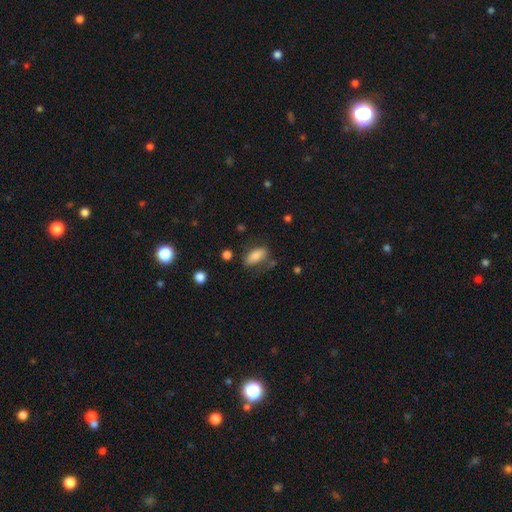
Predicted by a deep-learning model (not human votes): Smooth or featured?
  - smooth: 77% *
  - featured or disk: 15%
  - star or artifact: 8%
How rounded?
  - in between: 86% *
  - cigar-shaped: 10%
  - round: 4%
Merging?
  - none: 70% *
  - minor disturbance: 18%
  - major disturbance: 7%
  - merger: 5%